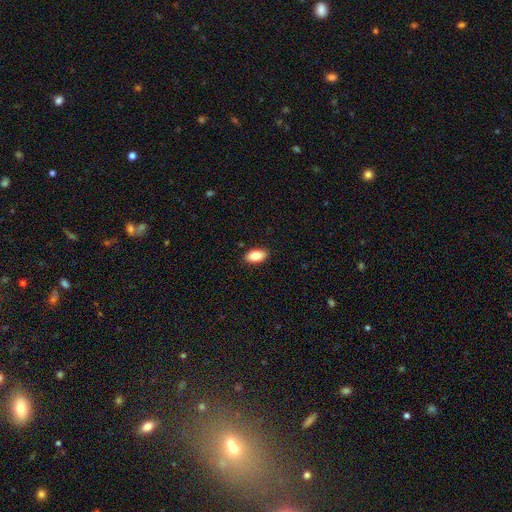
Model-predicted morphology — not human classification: A smooth galaxy with no disk features (86%) that is in between round and cigar-shaped (93%). Merging: none (89%).